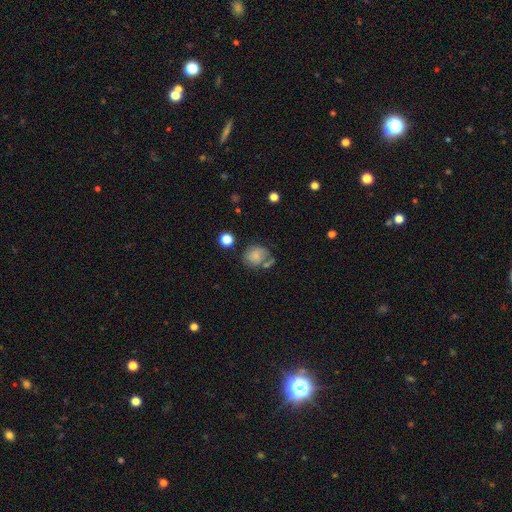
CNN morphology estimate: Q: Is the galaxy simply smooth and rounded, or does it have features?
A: smooth — 76%.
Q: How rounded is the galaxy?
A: round — 68%.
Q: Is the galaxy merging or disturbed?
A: none — 50%.